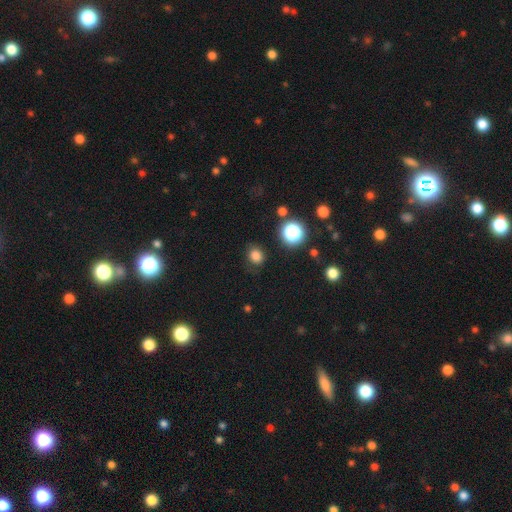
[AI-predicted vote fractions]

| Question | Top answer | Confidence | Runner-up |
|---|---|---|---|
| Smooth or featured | smooth | 78% | star or artifact (17%) |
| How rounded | round | 65% | in between (34%) |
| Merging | none | 78% | minor disturbance (15%) |